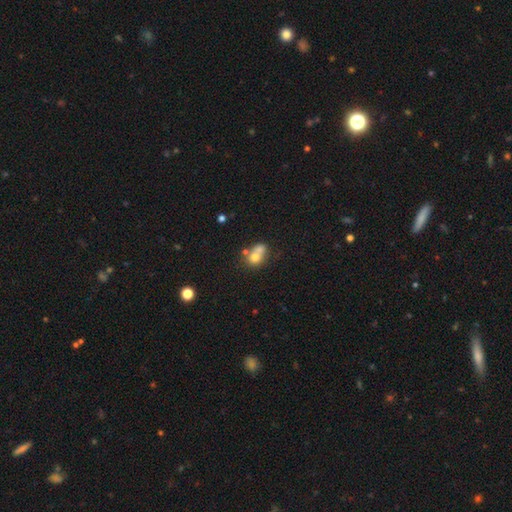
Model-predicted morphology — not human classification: Smooth or featured? smooth (67%)
How rounded? round (61%)
Merging? merger (59%)